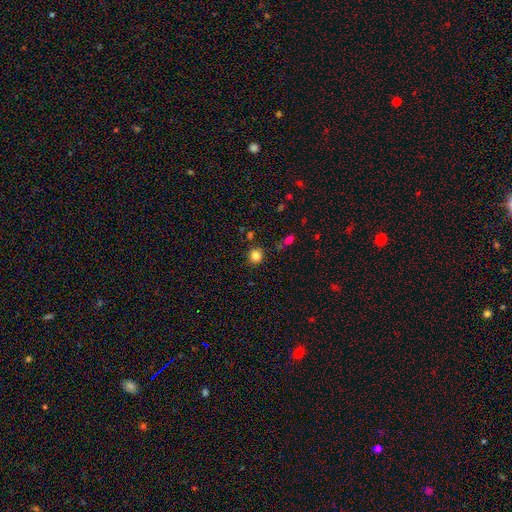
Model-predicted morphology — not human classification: A smooth galaxy with no disk features (84%) that is round (90%). Merging: none (84%).